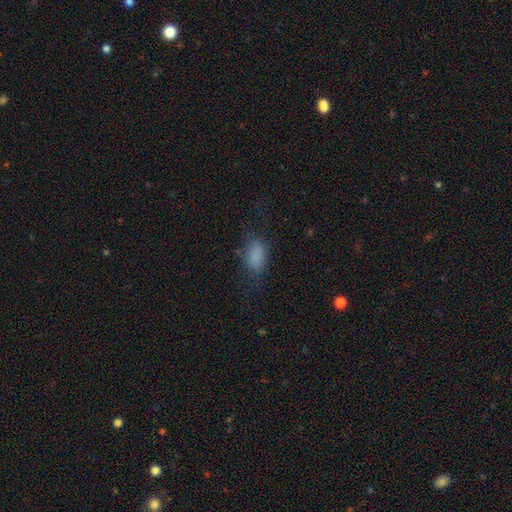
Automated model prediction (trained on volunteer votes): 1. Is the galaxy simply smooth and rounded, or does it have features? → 79% smooth, 12% star or artifact, 10% featured or disk.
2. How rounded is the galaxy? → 89% in between, 6% round, 5% cigar-shaped.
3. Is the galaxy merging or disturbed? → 57% none, 23% minor disturbance, 19% major disturbance, 2% merger.